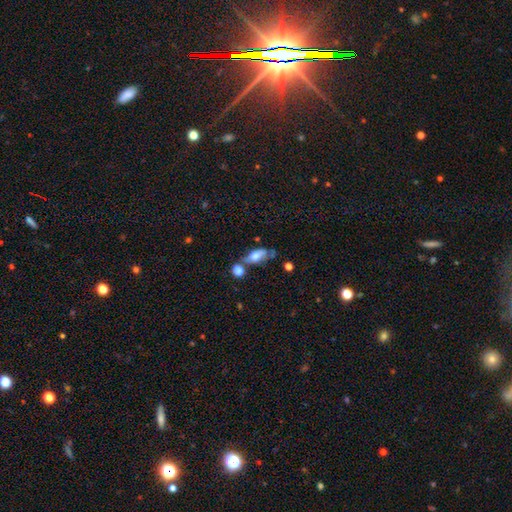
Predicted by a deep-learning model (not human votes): Q: Smooth or featured?
A: smooth (63%); runner-up: featured or disk (29%)
Q: How rounded?
A: in between (80%); runner-up: cigar-shaped (15%)
Q: Merging?
A: none (39%); runner-up: merger (30%)